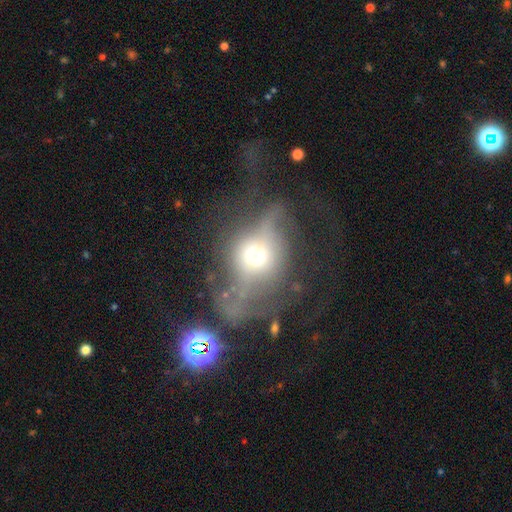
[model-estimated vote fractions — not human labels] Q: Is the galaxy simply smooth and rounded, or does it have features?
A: featured or disk — 46%.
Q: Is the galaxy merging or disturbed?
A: major disturbance — 45%.